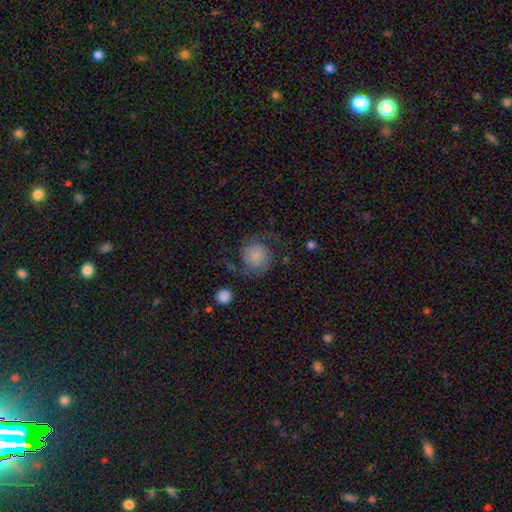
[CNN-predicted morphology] Smooth or featured: featured or disk — 59% (smooth — 31%)
Edge-on disk: no — 98% (yes — 2%)
Bar: no — 78% (weak — 19%)
Spiral arms: yes — 93% (no — 7%)
Spiral winding: medium — 42% (loose — 40%)
Spiral arm count: 2 — 90% (can't tell — 3%)
Bulge size: none — 36% (small — 25%)
Merging: none — 64% (minor disturbance — 18%)